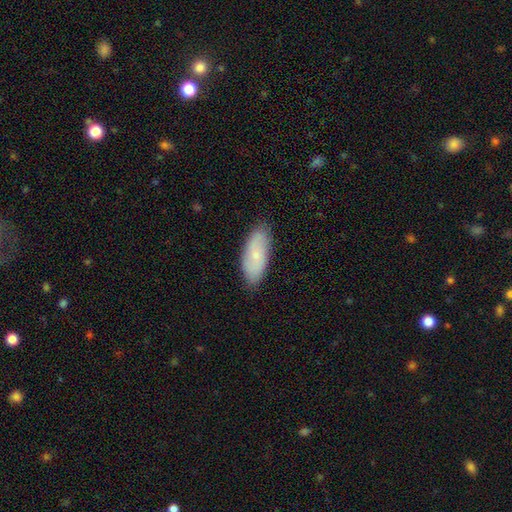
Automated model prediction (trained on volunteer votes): smooth-or-featured: smooth: 65% | featured or disk: 28% | star or artifact: 6%
  how-rounded: in between: 81% | cigar-shaped: 17% | round: 2%
  merging: none: 85% | minor disturbance: 12% | major disturbance: 2% | merger: 1%